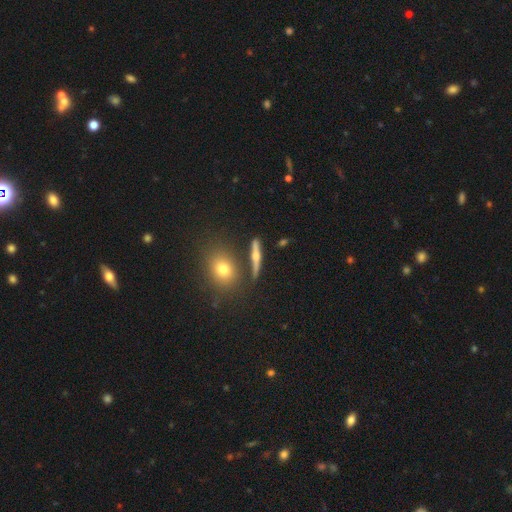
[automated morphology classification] This appears to be a featured or disk galaxy (56%) viewed edge-on (90%). Merging: none (80%).